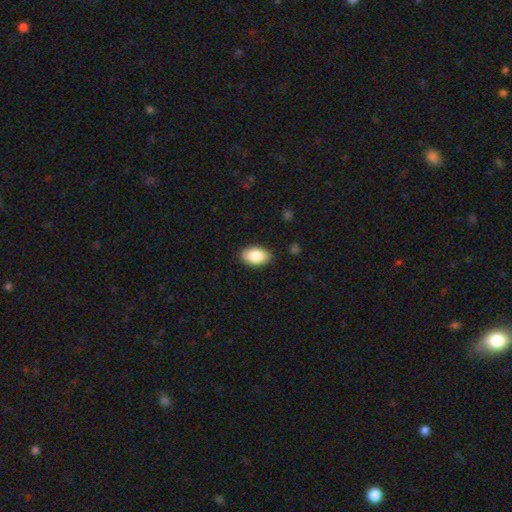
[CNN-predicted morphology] A smooth galaxy with no disk features (85%) that is in between round and cigar-shaped (92%).

Vote fractions:
- Smooth or featured? smooth: 85% / featured or disk: 8% / star or artifact: 7%
- How rounded? in between: 92% / round: 7% / cigar-shaped: 1%
- Merging? none: 87% / minor disturbance: 10% / major disturbance: 2% / merger: 1%